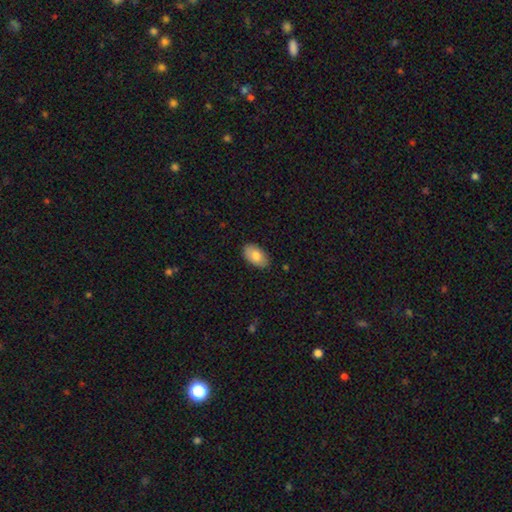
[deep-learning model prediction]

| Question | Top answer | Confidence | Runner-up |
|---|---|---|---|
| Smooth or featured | smooth | 79% | featured or disk (15%) |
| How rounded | in between | 93% | round (6%) |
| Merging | none | 85% | minor disturbance (12%) |